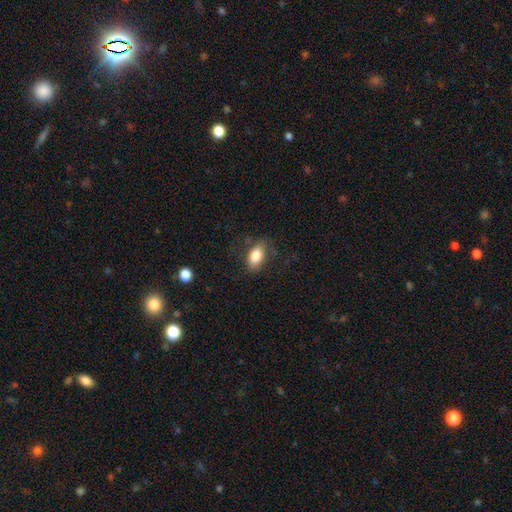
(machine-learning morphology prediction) Smooth or featured? Predicted: smooth (p=0.83). How rounded? Predicted: in between (p=0.89). Merging? Predicted: none (p=0.74).